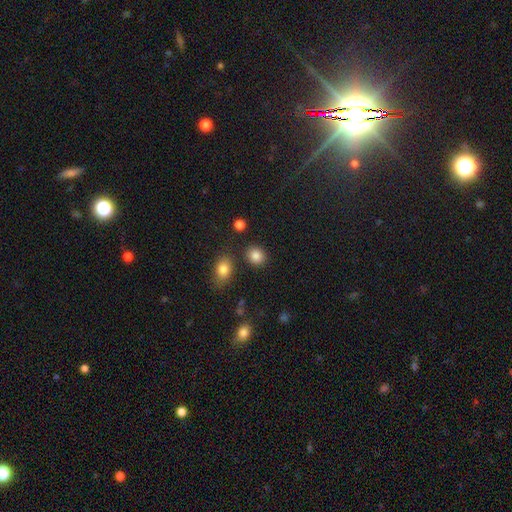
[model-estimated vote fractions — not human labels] smooth_or_featured: smooth (p=0.86) [alt: star or artifact p=0.09]
how_rounded: round (p=0.72) [alt: in between p=0.27]
merging: none (p=0.83) [alt: minor disturbance p=0.08]